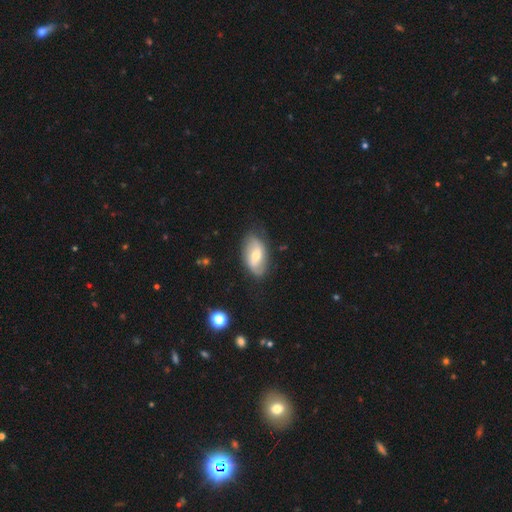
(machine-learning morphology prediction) A featured or disk galaxy (56%) with a weak bar (45%), spiral arms (78%) and a moderate central bulge (59%).

Vote fractions:
- Smooth or featured? featured or disk: 56% / smooth: 37% / star or artifact: 6%
- Edge-on disk? no: 93% / yes: 7%
- Bar? weak: 45% / no: 33% / strong: 23%
- Spiral arms? yes: 78% / no: 22%
- Bulge size? moderate: 59% / small: 33% / large: 5% / none: 2% / dominant: 1%
- Merging? none: 76% / minor disturbance: 18% / major disturbance: 5% / merger: 2%